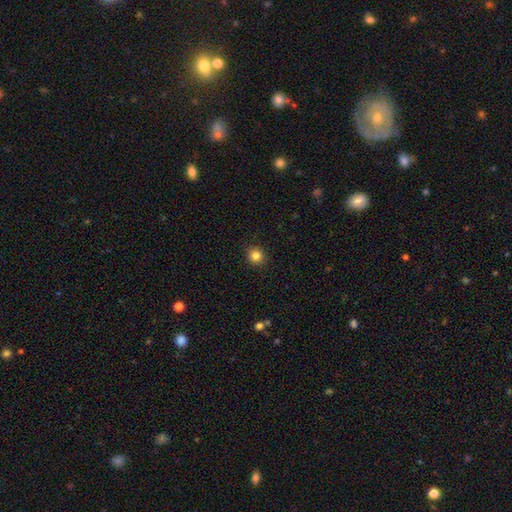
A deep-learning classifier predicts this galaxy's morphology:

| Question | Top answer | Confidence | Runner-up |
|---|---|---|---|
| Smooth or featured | smooth | 84% | star or artifact (12%) |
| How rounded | round | 90% | in between (9%) |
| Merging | none | 92% | minor disturbance (5%) |